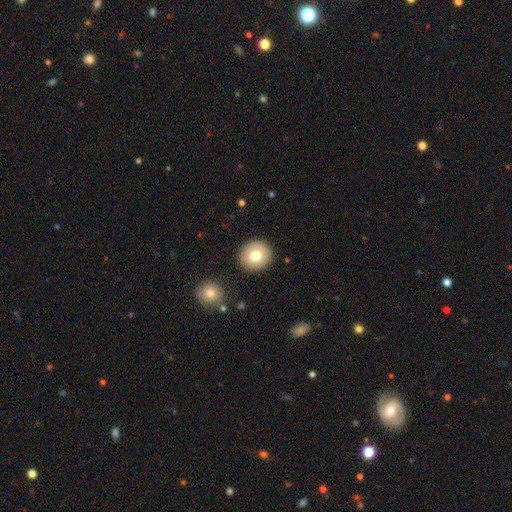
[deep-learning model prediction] Smooth or featured? Predicted: smooth (p=0.75). How rounded? Predicted: round (p=0.93). Merging? Predicted: none (p=0.90).